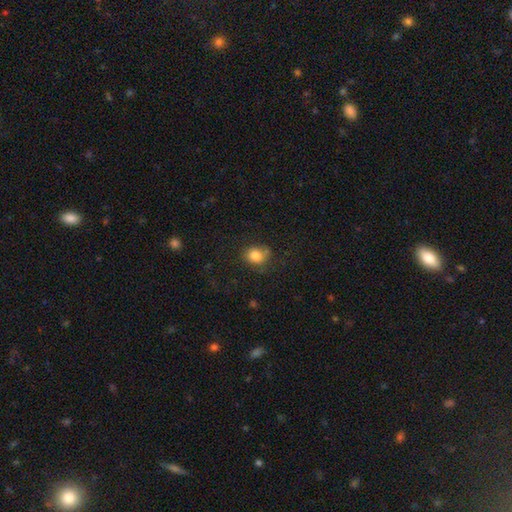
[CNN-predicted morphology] Smooth or featured: smooth — 83% (star or artifact — 10%)
How rounded: round — 67% (in between — 32%)
Merging: none — 67% (minor disturbance — 22%)